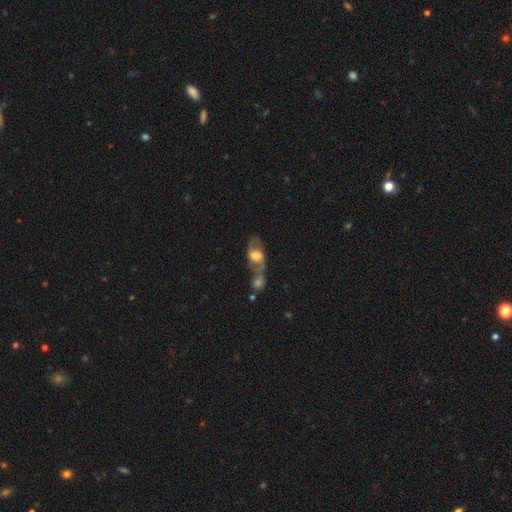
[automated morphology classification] Q: Smooth or featured?
A: featured or disk (57%); runner-up: smooth (35%)
Q: Edge-on disk?
A: no (91%); runner-up: yes (9%)
Q: Bar?
A: weak (42%); runner-up: no (40%)
Q: Spiral arms?
A: yes (73%); runner-up: no (27%)
Q: Bulge size?
A: large (44%); runner-up: moderate (31%)
Q: Merging?
A: merger (47%); runner-up: none (28%)